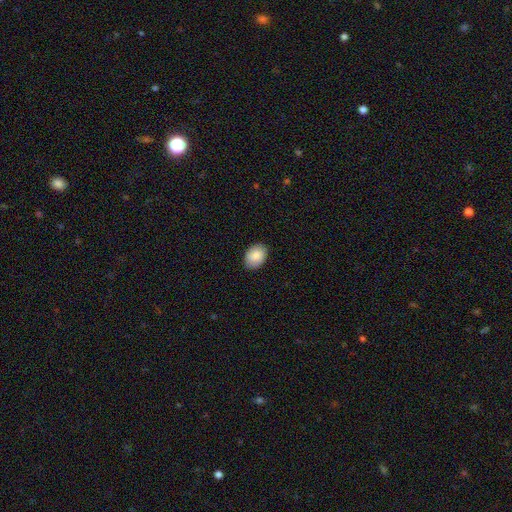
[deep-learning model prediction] Overall: smooth (85%). How rounded: in between (74%). Merging: none (85%).